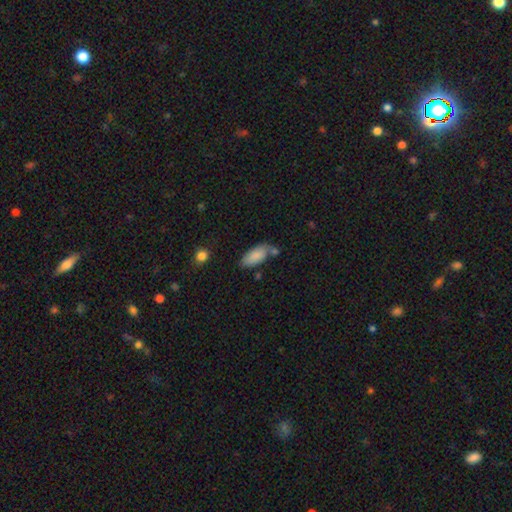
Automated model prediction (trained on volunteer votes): Smooth or featured: smooth — 84% (featured or disk — 10%)
How rounded: in between — 88% (cigar-shaped — 10%)
Merging: none — 56% (minor disturbance — 23%)